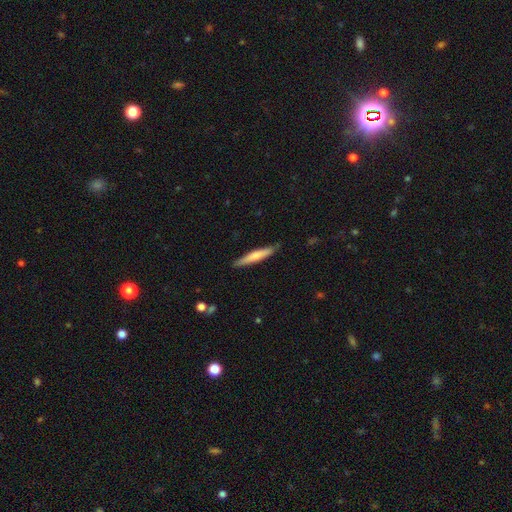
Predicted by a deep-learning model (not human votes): smooth-or-featured: smooth: 63% | featured or disk: 32% | star or artifact: 5%
  how-rounded: cigar-shaped: 93% | in between: 6% | round: 1%
  merging: none: 86% | minor disturbance: 11% | major disturbance: 2% | merger: 1%